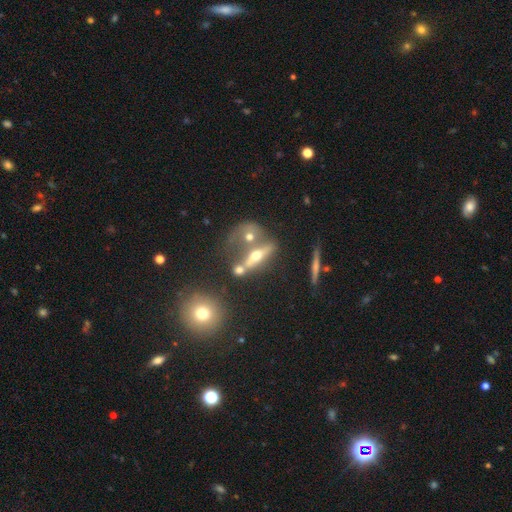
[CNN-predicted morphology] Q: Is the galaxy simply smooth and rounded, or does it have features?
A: featured or disk — 58%.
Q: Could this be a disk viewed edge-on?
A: yes — 71%.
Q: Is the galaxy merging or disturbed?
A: none — 39%.